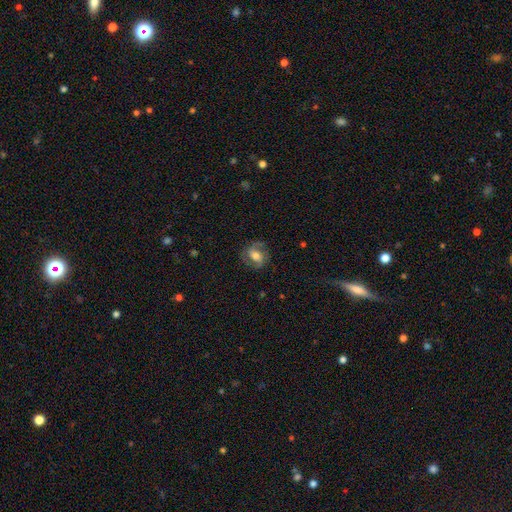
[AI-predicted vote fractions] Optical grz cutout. It shows a featured or disk galaxy (57%) with a weak bar (39%), spiral arms (81%) and a moderate central bulge (64%). Merging: none (74%).